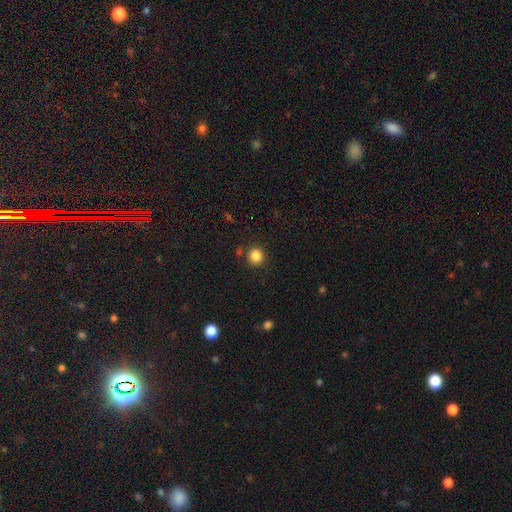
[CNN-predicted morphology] Overall: smooth (85%). How rounded: round (87%). Merging: none (85%).